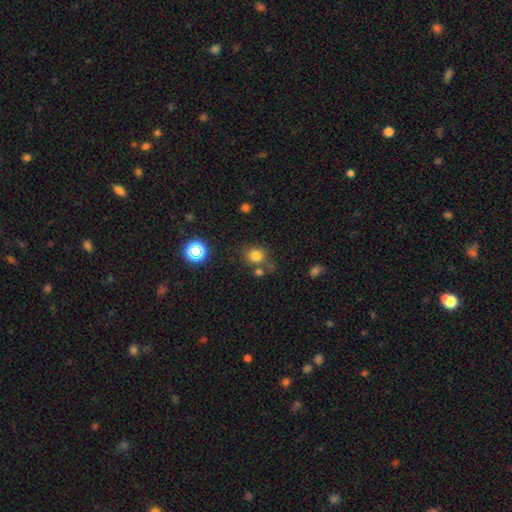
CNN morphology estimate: Smooth or featured?
  - smooth: 76% *
  - star or artifact: 17%
  - featured or disk: 7%
How rounded?
  - round: 74% *
  - in between: 25%
  - cigar-shaped: 1%
Merging?
  - none: 64% *
  - merger: 16%
  - minor disturbance: 14%
  - major disturbance: 6%